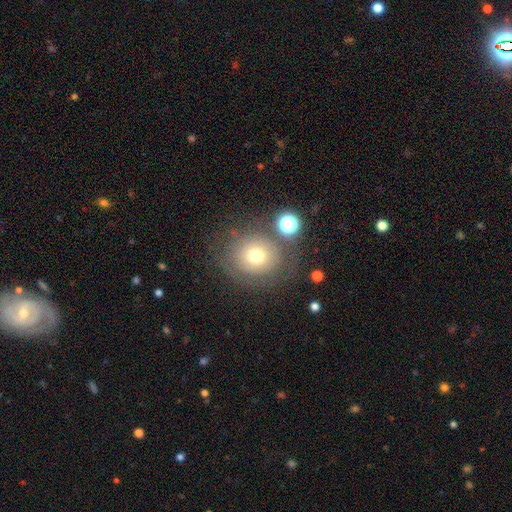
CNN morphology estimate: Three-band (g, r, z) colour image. It shows a smooth galaxy with no disk features (63%) that is round (86%). Merging: none (71%).